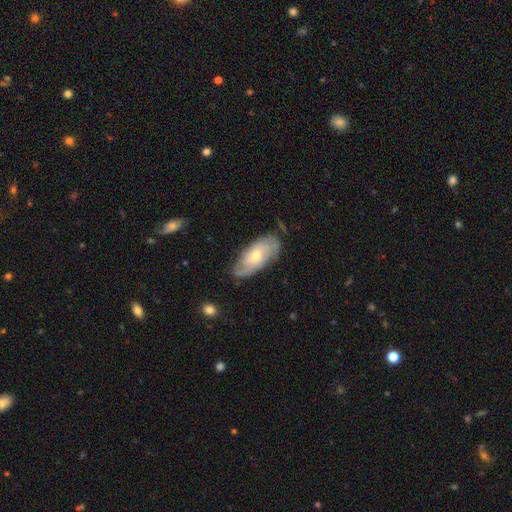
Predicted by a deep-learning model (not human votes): Smooth or featured?
  - featured or disk: 67% *
  - smooth: 27%
  - star or artifact: 6%
Edge-on disk?
  - no: 91% *
  - yes: 9%
Bar?
  - no: 71% *
  - weak: 25%
  - strong: 4%
Spiral arms?
  - yes: 87% *
  - no: 13%
Spiral winding?
  - tight: 52% *
  - medium: 35%
  - loose: 13%
Spiral arm count?
  - can't tell: 40% *
  - 2: 38%
  - 3: 11%
  - 4: 4%
  - 1: 4%
  - more than 4: 3%
Bulge size?
  - small: 51% *
  - moderate: 45%
  - large: 2%
  - none: 1%
  - dominant: 1%
Merging?
  - none: 73% *
  - minor disturbance: 21%
  - major disturbance: 5%
  - merger: 2%